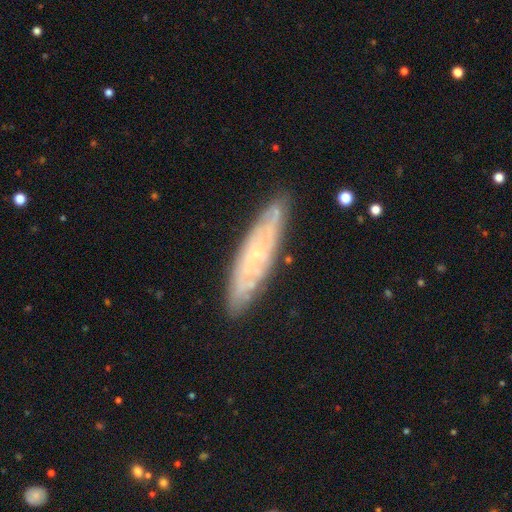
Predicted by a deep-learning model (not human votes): Smooth or featured? featured or disk (70%)
Edge-on disk? no (65%)
Merging? none (82%)